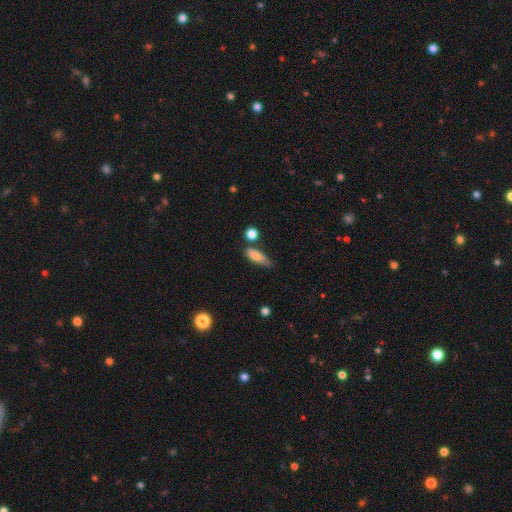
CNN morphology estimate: Overall: smooth (80%). How rounded: in between (65%; cigar-shaped 31%). Merging: none (54%; minor disturbance 29%).